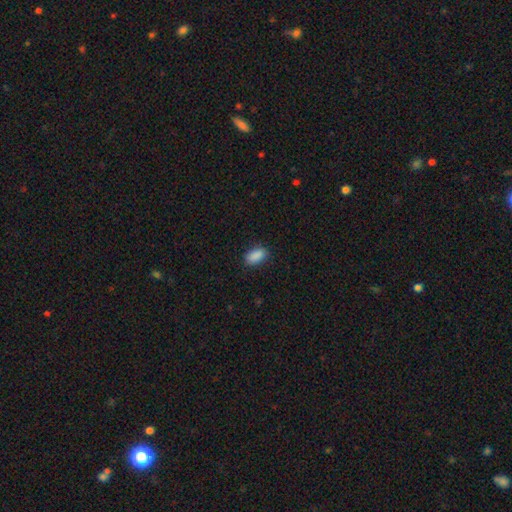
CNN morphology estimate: type=smooth (89%); roundness=in between (92%); merging=none (85%).